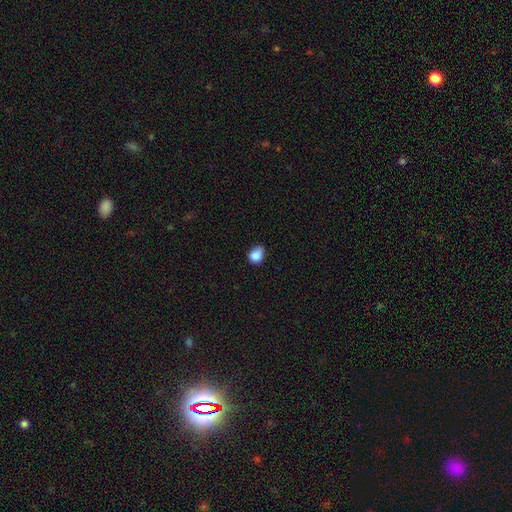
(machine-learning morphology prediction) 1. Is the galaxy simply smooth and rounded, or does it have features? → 85% smooth, 9% star or artifact, 5% featured or disk.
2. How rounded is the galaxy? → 53% in between, 46% round, 1% cigar-shaped.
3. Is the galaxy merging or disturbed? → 48% none, 42% minor disturbance, 8% major disturbance, 2% merger.